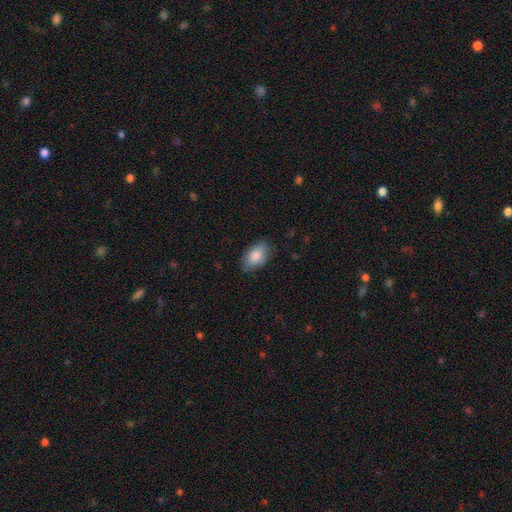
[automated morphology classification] Smooth or featured?
  - smooth: 86% *
  - featured or disk: 8%
  - star or artifact: 6%
How rounded?
  - in between: 93% *
  - round: 6%
  - cigar-shaped: 2%
Merging?
  - none: 80% *
  - minor disturbance: 16%
  - major disturbance: 3%
  - merger: 1%